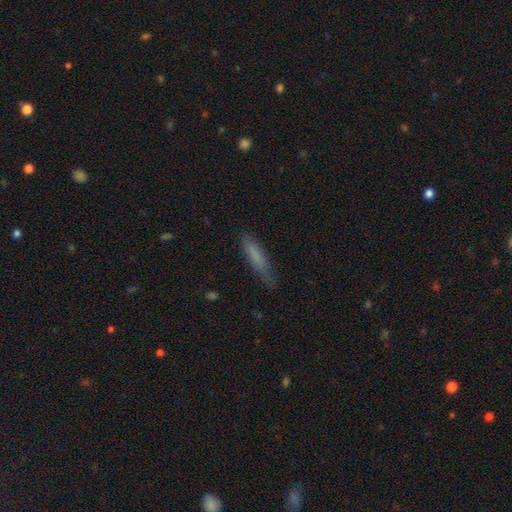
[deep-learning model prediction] smooth 76%, featured or disk 17%, star or artifact 8%. Down the decision tree: how rounded — cigar-shaped (84%); merging — none (74%).